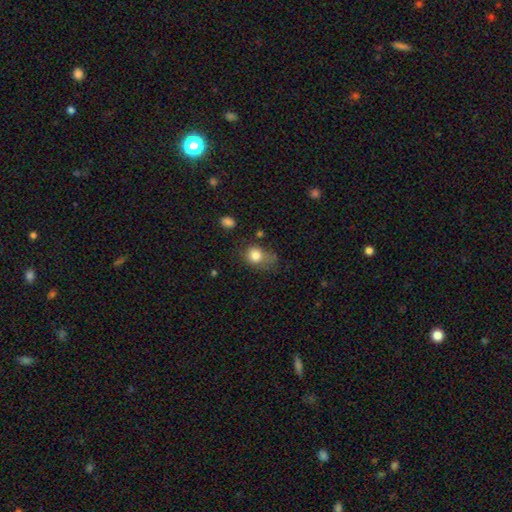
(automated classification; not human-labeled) The model was most divided on "merging": none: 39%, minor disturbance: 32%, major disturbance: 25%, merger: 4%. More confident: smooth or featured — smooth (81%); how rounded — round (61%).